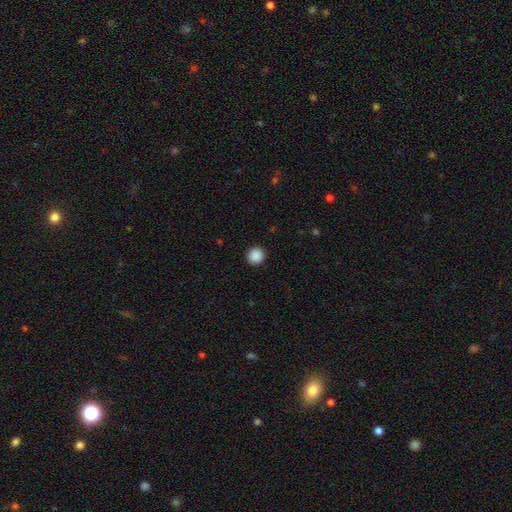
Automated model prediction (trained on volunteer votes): Q: Smooth or featured?
A: smooth (89%); runner-up: star or artifact (9%)
Q: How rounded?
A: round (93%); runner-up: in between (6%)
Q: Merging?
A: none (93%); runner-up: minor disturbance (5%)